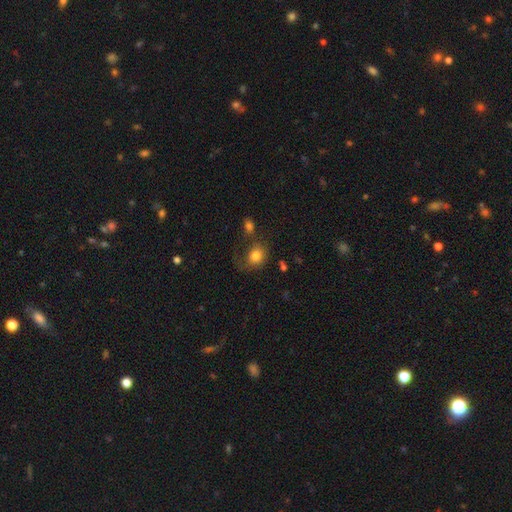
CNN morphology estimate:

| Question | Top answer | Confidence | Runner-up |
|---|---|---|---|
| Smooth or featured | smooth | 80% | star or artifact (10%) |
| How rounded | round | 66% | in between (33%) |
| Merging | none | 50% | minor disturbance (22%) |